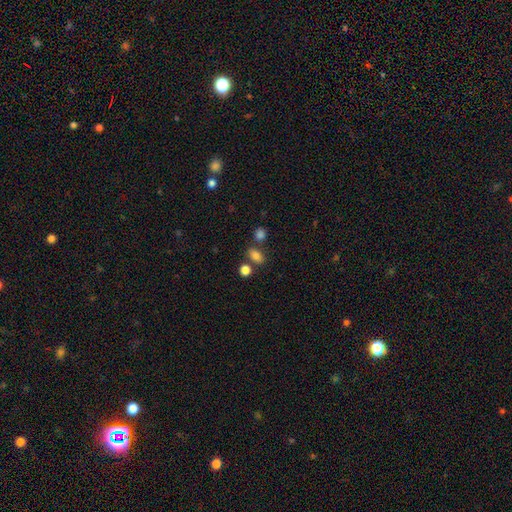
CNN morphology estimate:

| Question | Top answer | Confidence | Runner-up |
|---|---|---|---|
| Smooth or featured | smooth | 80% | star or artifact (13%) |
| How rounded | in between | 78% | round (20%) |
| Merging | none | 68% | merger (15%) |